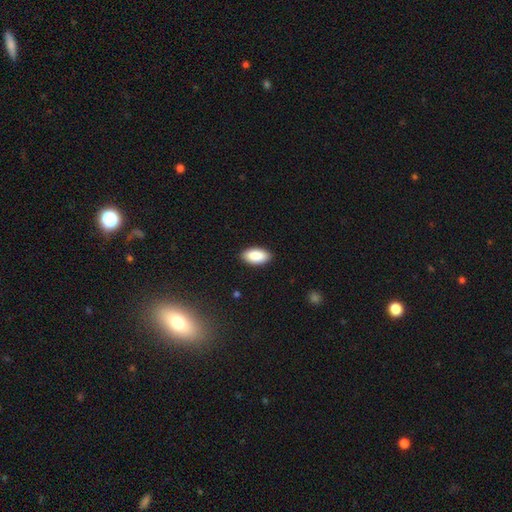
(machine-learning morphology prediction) This is clearly a smooth galaxy (90%). How rounded: clearly in between (95%). Merging: clearly none (89%).